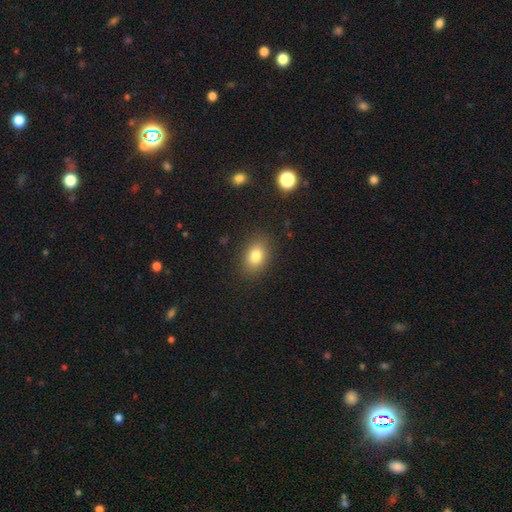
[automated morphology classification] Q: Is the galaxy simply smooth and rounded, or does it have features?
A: smooth — 81%.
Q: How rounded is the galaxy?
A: in between — 78%.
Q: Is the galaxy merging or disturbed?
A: none — 85%.